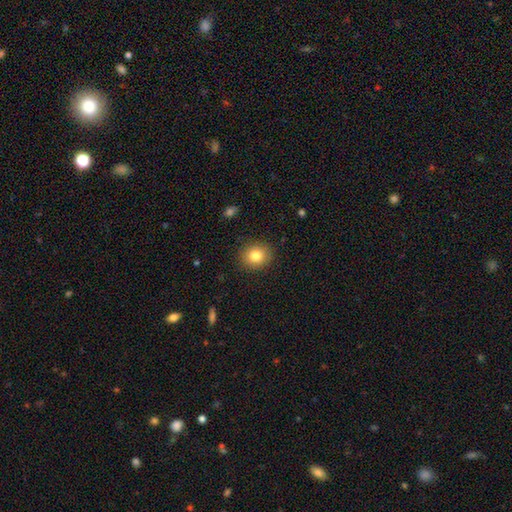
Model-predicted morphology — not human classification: smooth-or-featured: smooth: 82% | star or artifact: 10% | featured or disk: 8%
  how-rounded: round: 72% | in between: 27% | cigar-shaped: 1%
  merging: none: 89% | minor disturbance: 8% | major disturbance: 2% | merger: 1%